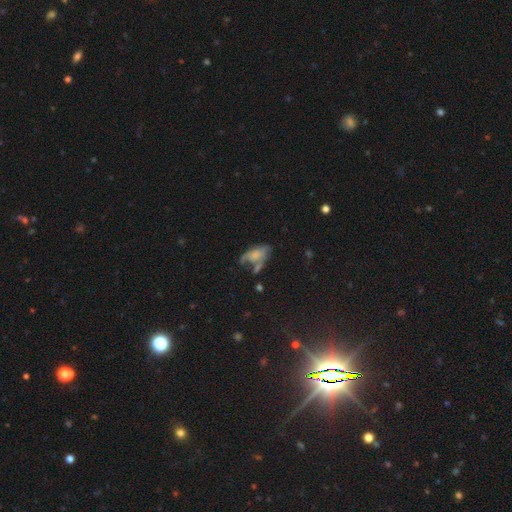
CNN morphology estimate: smooth_or_featured: smooth (p=0.53) [alt: featured or disk p=0.36]
how_rounded: in between (p=0.86) [alt: cigar-shaped p=0.09]
merging: major disturbance (p=0.29) [alt: none p=0.28]